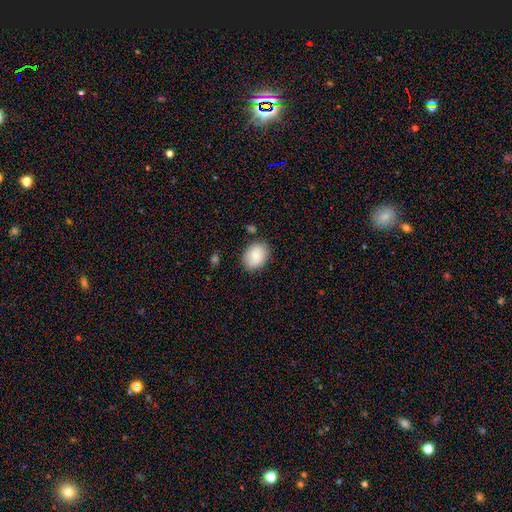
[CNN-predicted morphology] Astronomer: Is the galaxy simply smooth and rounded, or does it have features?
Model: smooth — 82%.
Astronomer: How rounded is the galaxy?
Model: in between — 65%.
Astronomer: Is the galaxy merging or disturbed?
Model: none — 80%.